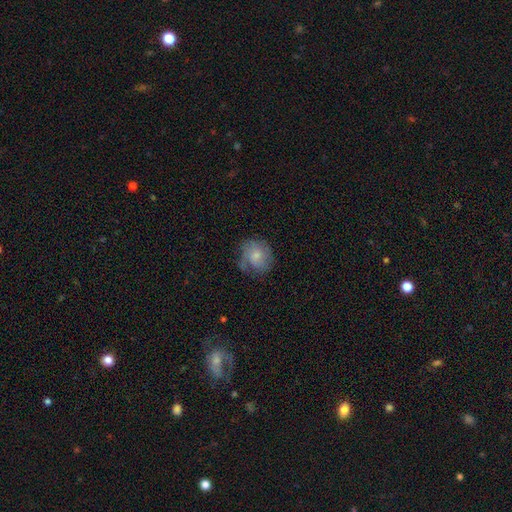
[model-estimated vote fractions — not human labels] This appears to be a smooth galaxy with no disk features (61%) that is round (73%). Merging: none (54%).